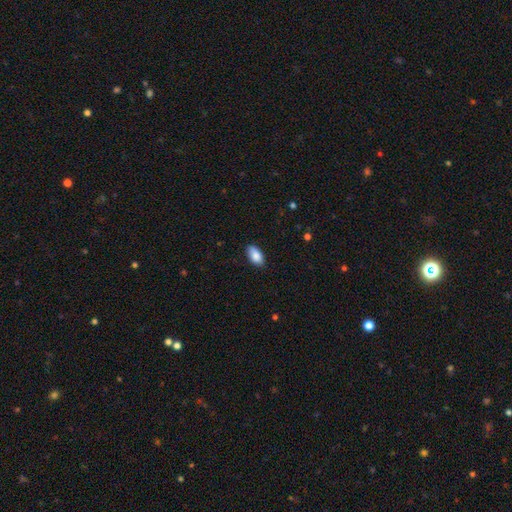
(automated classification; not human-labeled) Overall: smooth (86%). How rounded: in between (93%). Merging: none (84%).